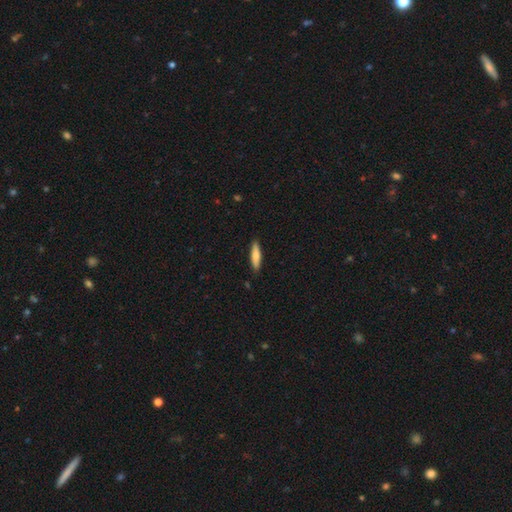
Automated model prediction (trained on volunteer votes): smooth-or-featured: smooth: 76% | featured or disk: 18% | star or artifact: 6%
  how-rounded: cigar-shaped: 76% | in between: 23% | round: 1%
  merging: none: 88% | minor disturbance: 9% | major disturbance: 2% | merger: 1%